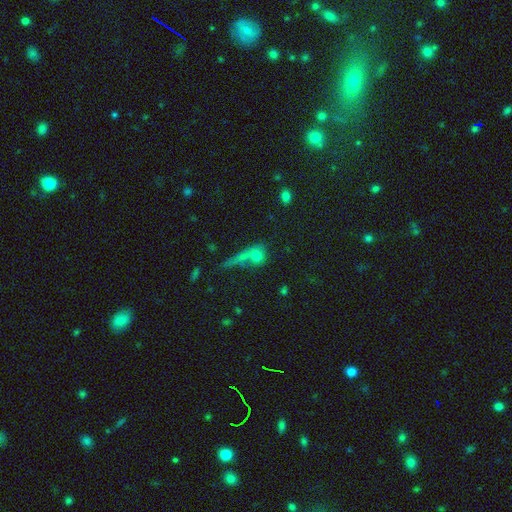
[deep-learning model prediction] Morphology: type=smooth (63%); roundness=round (62%); merging=none (42%).